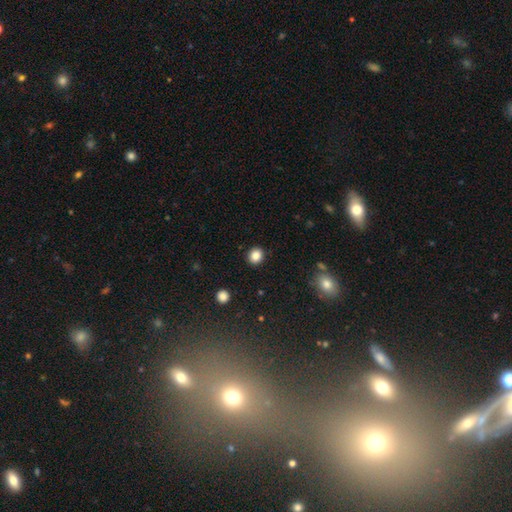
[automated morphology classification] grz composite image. It shows a smooth galaxy with no disk features (85%) that is round (77%). Merging: none (91%).